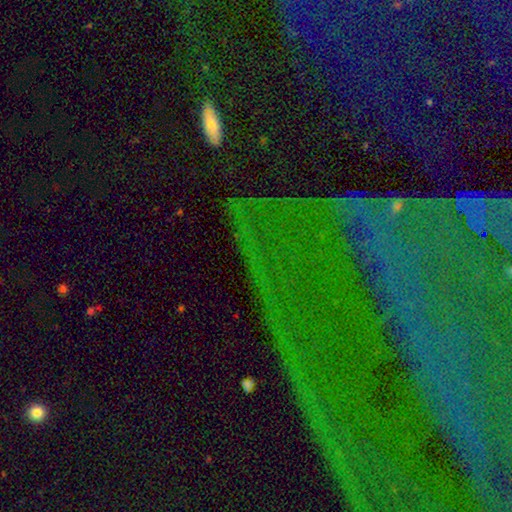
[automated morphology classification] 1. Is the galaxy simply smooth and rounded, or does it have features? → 63% star or artifact, 20% featured or disk, 17% smooth.